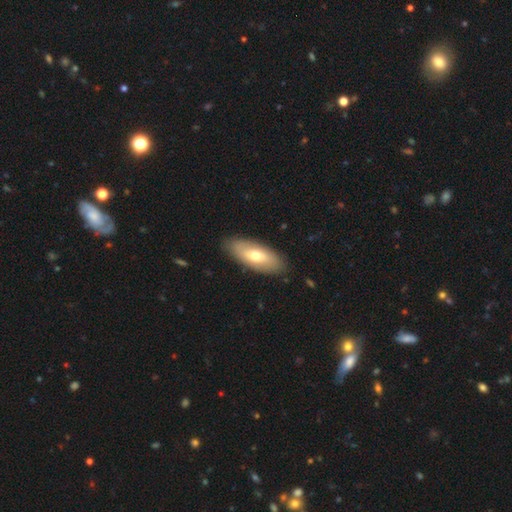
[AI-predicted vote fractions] Smooth or featured: smooth — 58% (featured or disk — 37%)
How rounded: in between — 81% (cigar-shaped — 16%)
Merging: none — 86% (minor disturbance — 10%)